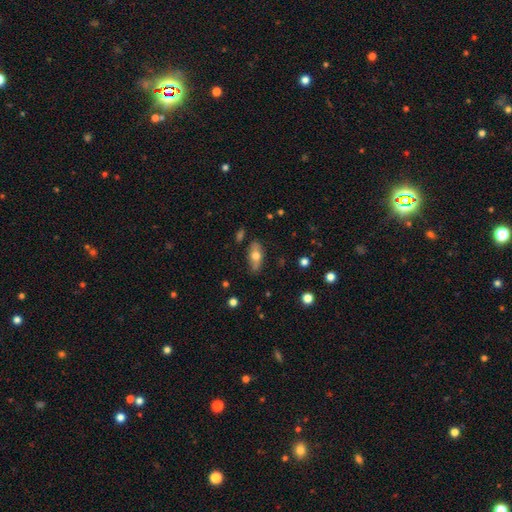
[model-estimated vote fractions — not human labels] Smooth or featured: smooth — 62% (featured or disk — 31%)
How rounded: in between — 81% (cigar-shaped — 14%)
Merging: none — 80% (minor disturbance — 15%)